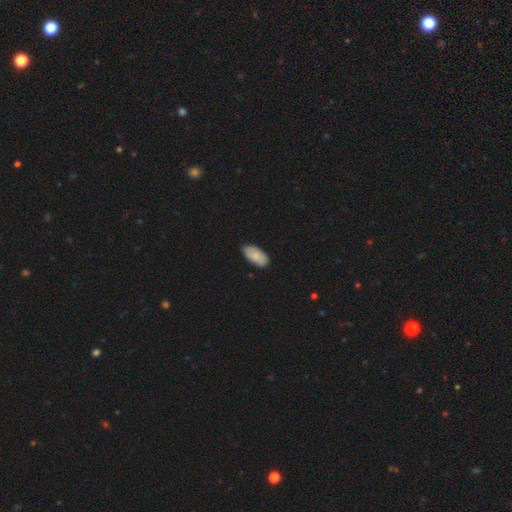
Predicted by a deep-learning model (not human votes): A smooth galaxy with no disk features (84%) that is in between round and cigar-shaped (94%). Merging: none (84%).